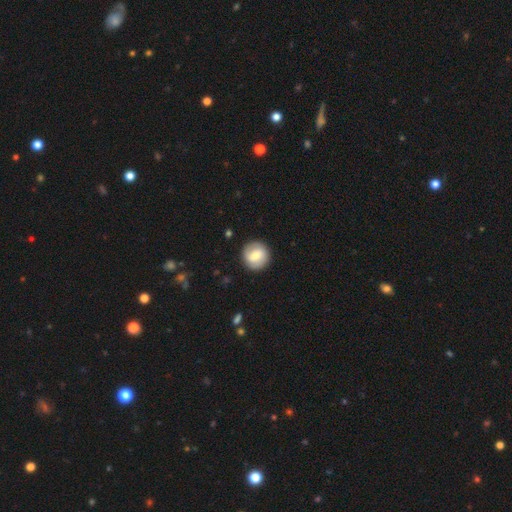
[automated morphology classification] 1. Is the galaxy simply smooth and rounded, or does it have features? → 66% smooth, 28% featured or disk, 7% star or artifact.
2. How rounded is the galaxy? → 91% round, 8% in between, 1% cigar-shaped.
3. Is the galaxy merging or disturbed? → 89% none, 8% minor disturbance, 2% major disturbance, 1% merger.